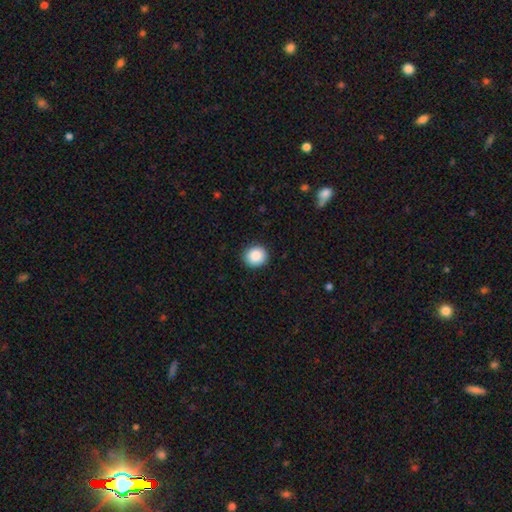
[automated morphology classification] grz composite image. It shows a smooth galaxy with no disk features (88%) that is round (91%). Merging: none (92%).